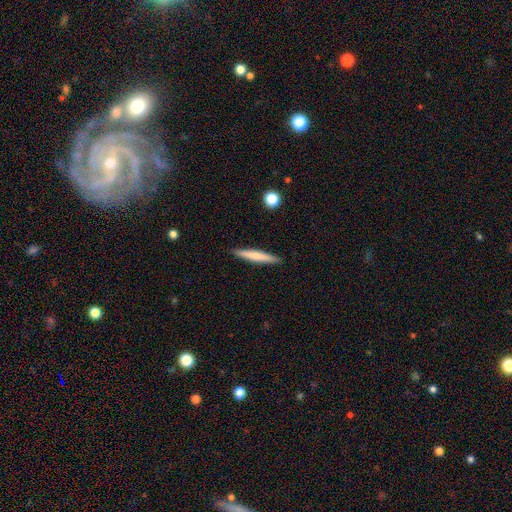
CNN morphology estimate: Smooth or featured? Predicted: smooth (p=0.65). How rounded? Predicted: cigar-shaped (p=0.95). Merging? Predicted: none (p=0.91).